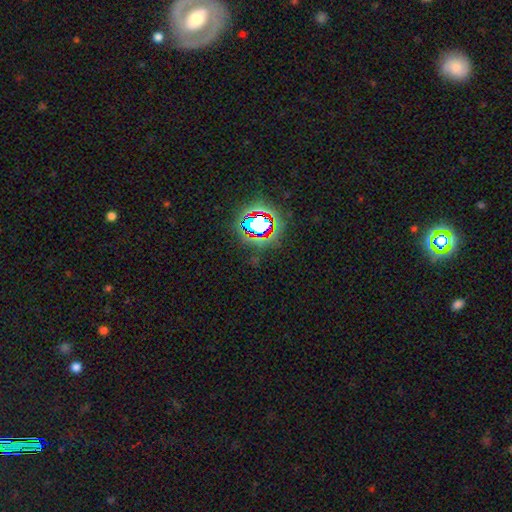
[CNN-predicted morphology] The model was most divided on "smooth or featured": star or artifact: 76%, smooth: 15%, featured or disk: 10%.